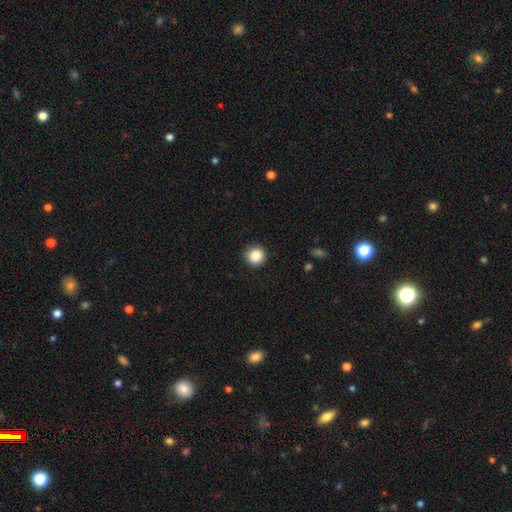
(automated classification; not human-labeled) This is clearly a smooth galaxy (87%). How rounded: clearly round (95%). Merging: clearly none (91%).